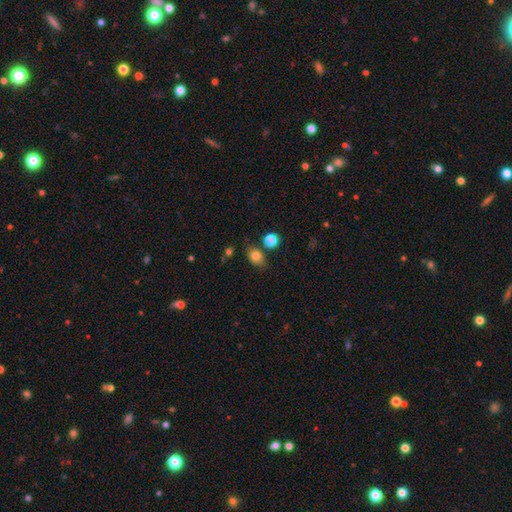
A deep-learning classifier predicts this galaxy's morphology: smooth 81%, star or artifact 12%, featured or disk 8%. Down the decision tree: how rounded — in between (61%); merging — none (71%).